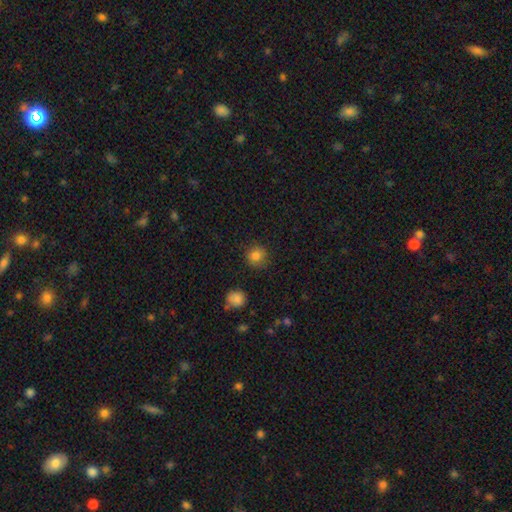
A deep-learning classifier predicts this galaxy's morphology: type=smooth (83%); roundness=round (91%); merging=none (86%).